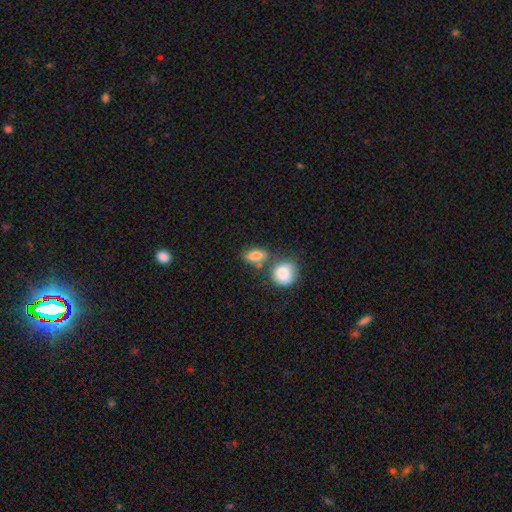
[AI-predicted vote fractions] A smooth galaxy with no disk features (85%) that is in between round and cigar-shaped (79%). Merging: none (56%).